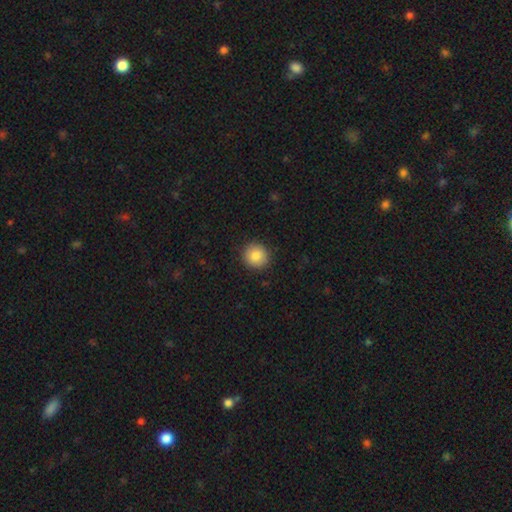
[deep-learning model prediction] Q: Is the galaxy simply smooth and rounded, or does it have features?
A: smooth — 85%.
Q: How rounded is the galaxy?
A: round — 91%.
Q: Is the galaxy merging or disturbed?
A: none — 91%.